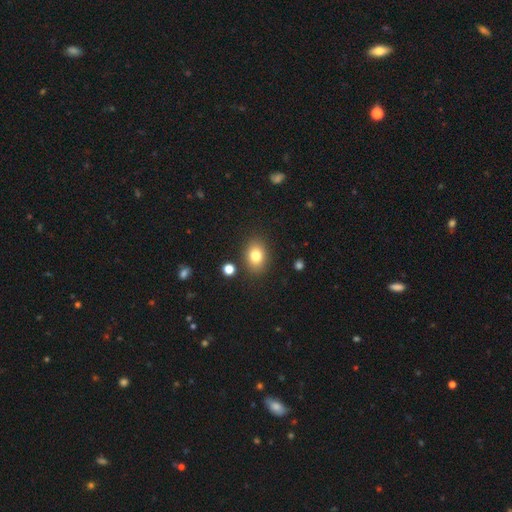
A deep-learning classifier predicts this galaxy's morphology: Smooth or featured: smooth — 79% (star or artifact — 11%)
How rounded: in between — 67% (round — 32%)
Merging: none — 86% (minor disturbance — 9%)